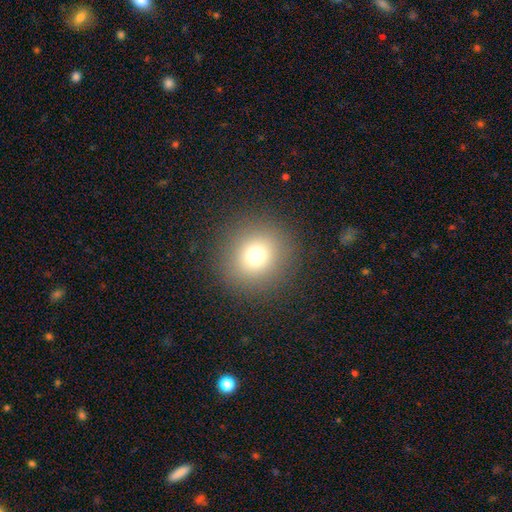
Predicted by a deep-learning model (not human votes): Q: Smooth or featured?
A: smooth (72%); runner-up: star or artifact (18%)
Q: How rounded?
A: round (91%); runner-up: in between (8%)
Q: Merging?
A: none (89%); runner-up: minor disturbance (6%)